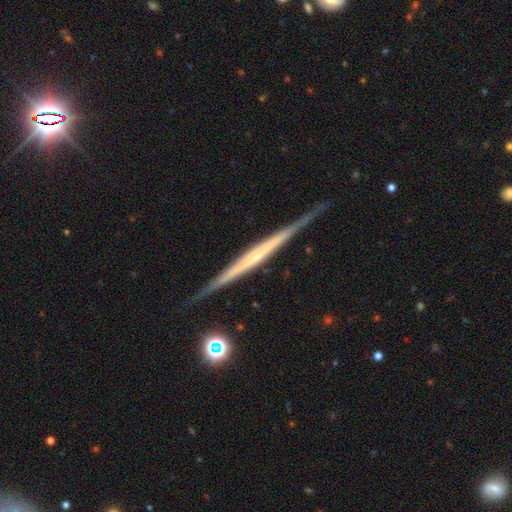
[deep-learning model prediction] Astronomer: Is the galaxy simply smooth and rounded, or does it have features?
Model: featured or disk — 77%.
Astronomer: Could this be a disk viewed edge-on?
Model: yes — 98%.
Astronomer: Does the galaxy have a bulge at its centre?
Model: none — 68%.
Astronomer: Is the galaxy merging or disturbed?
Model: none — 87%.